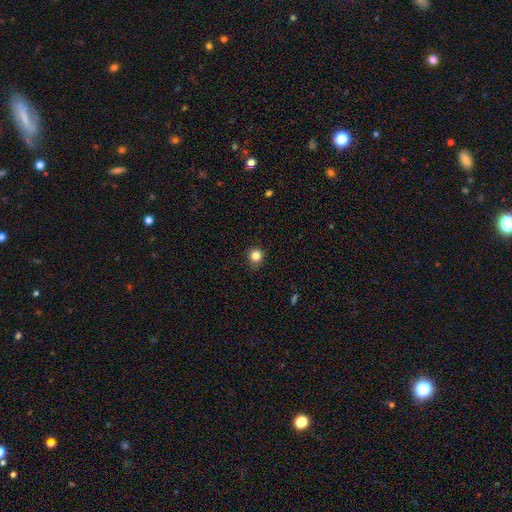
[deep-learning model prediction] Overall: smooth (83%). How rounded: round (90%). Merging: none (85%).